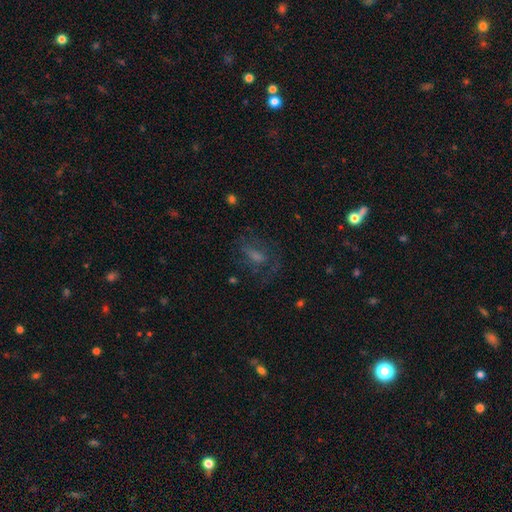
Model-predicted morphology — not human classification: Smooth or featured?
  - featured or disk: 42% *
  - smooth: 40%
  - star or artifact: 18%
Merging?
  - none: 52% *
  - major disturbance: 27%
  - minor disturbance: 19%
  - merger: 2%